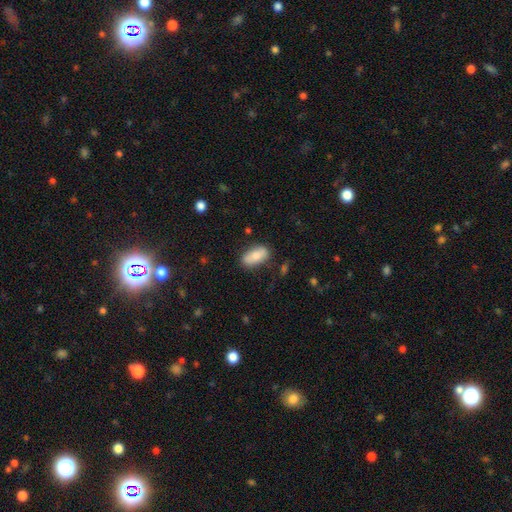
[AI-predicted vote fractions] A smooth galaxy with no disk features (78%) that is in between round and cigar-shaped (89%).

Vote fractions:
- Smooth or featured? smooth: 78% / featured or disk: 16% / star or artifact: 6%
- How rounded? in between: 89% / cigar-shaped: 7% / round: 3%
- Merging? none: 76% / minor disturbance: 17% / major disturbance: 4% / merger: 3%